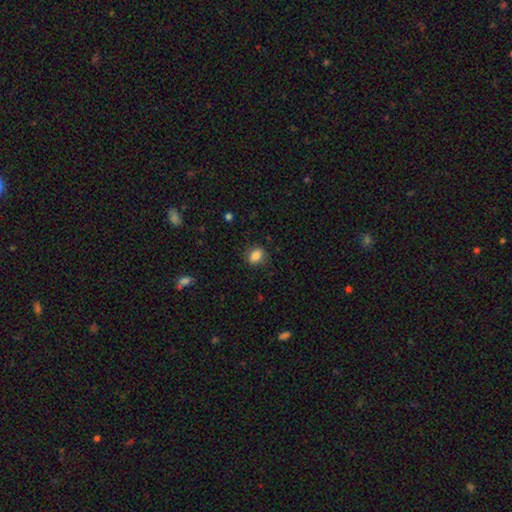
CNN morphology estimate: smooth 85%, star or artifact 9%, featured or disk 5%. Down the decision tree: how rounded — in between (59%); merging — none (85%).